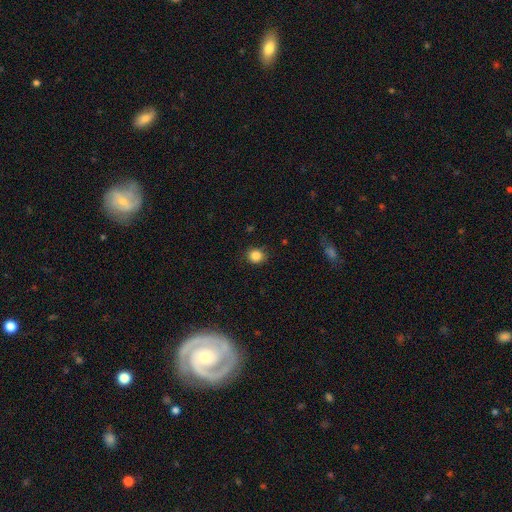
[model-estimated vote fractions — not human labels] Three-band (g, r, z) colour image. It shows a smooth galaxy with no disk features (86%) that is round (84%). Merging: none (87%).